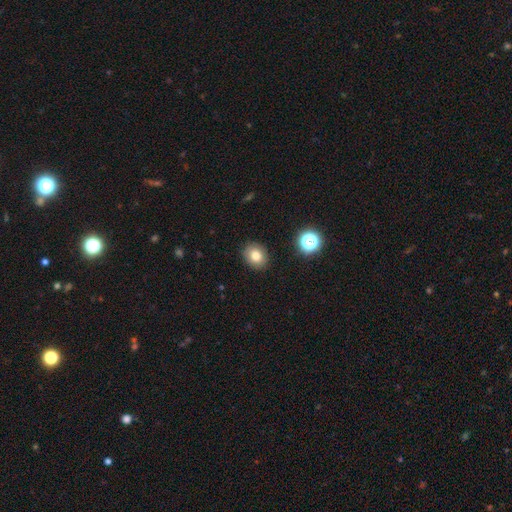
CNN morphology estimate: Smooth or featured? smooth (79%)
How rounded? round (61%)
Merging? none (88%)